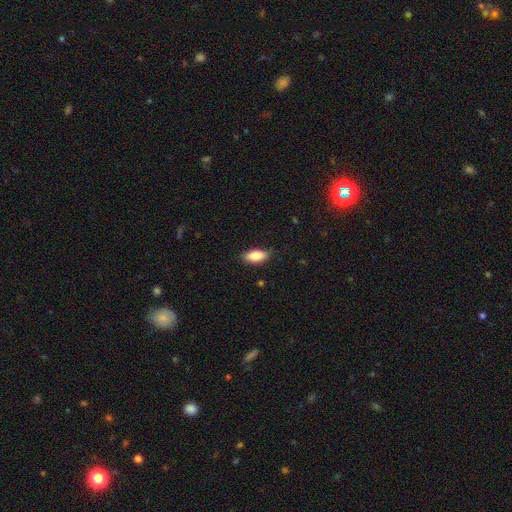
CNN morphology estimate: smooth-or-featured: smooth: 80% | featured or disk: 14% | star or artifact: 7%
  how-rounded: in between: 83% | cigar-shaped: 15% | round: 3%
  merging: none: 82% | minor disturbance: 15% | major disturbance: 2% | merger: 1%